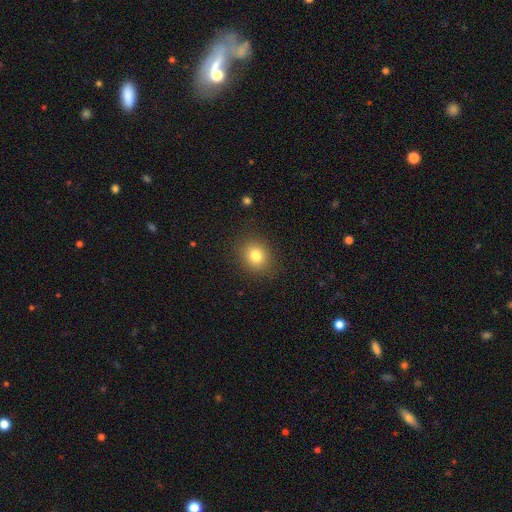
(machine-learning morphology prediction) Overall: smooth (80%). How rounded: round (72%). Merging: none (88%).